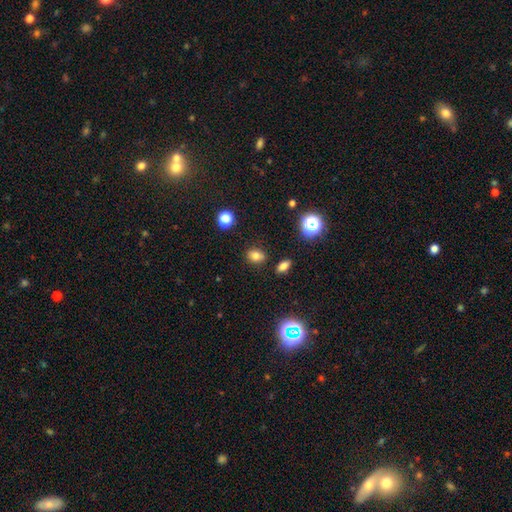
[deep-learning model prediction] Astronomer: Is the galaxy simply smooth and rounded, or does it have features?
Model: smooth — 77%.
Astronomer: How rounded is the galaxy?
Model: in between — 57% (runner-up: round, 41%).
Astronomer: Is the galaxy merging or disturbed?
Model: none — 81%.